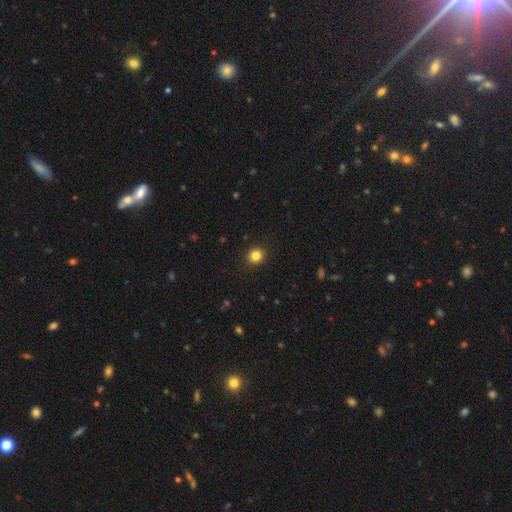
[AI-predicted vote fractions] Smooth or featured? Predicted: smooth (p=0.84). How rounded? Predicted: round (p=0.85). Merging? Predicted: none (p=0.91).